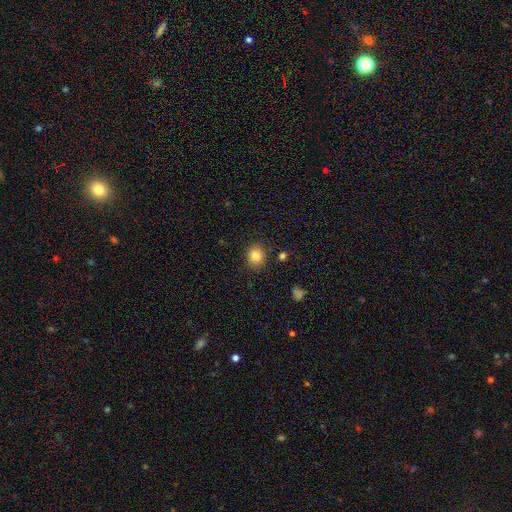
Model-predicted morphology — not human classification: A smooth galaxy with no disk features (84%) that is round (77%). Merging: none (85%).